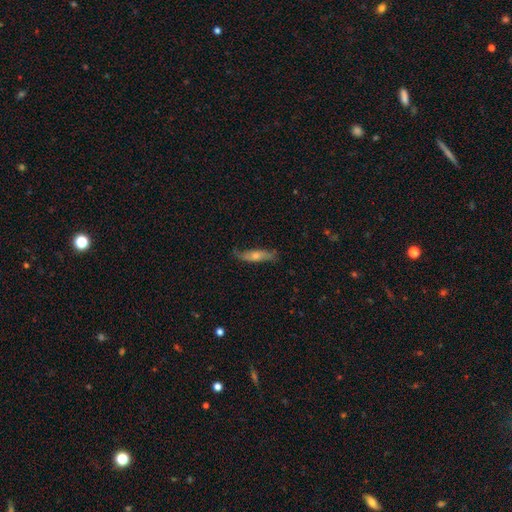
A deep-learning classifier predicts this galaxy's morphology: Q: Smooth or featured?
A: smooth (50%); runner-up: featured or disk (44%)
Q: Merging?
A: none (72%); runner-up: minor disturbance (21%)